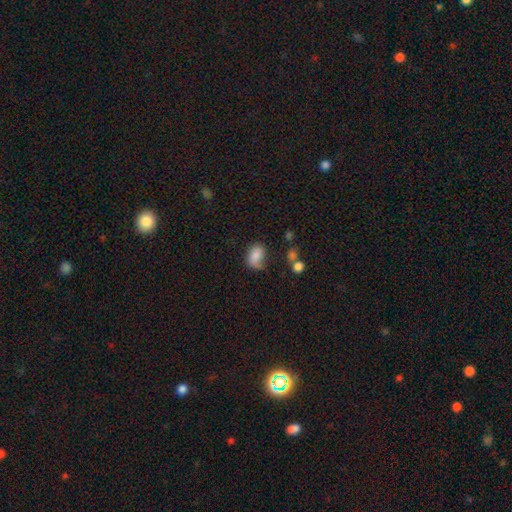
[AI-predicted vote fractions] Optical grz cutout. It shows a smooth galaxy with no disk features (78%) that is in between round and cigar-shaped (79%). Merging: none (43%).